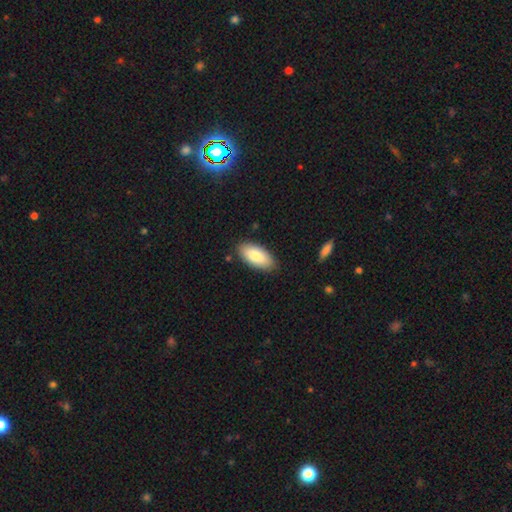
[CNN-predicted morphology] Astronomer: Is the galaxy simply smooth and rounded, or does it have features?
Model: smooth — 84%.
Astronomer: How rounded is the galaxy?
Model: in between — 90%.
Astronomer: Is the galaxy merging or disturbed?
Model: none — 85%.